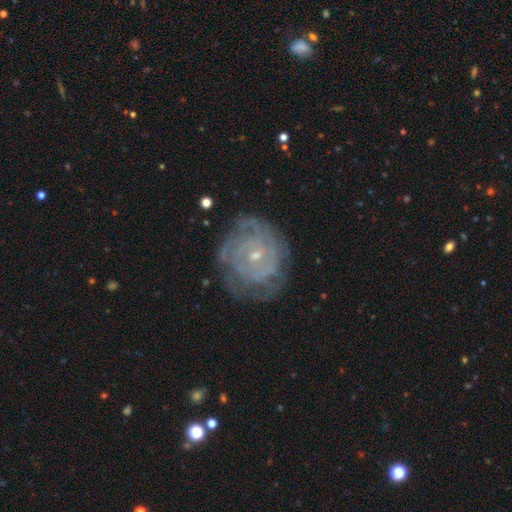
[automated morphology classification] Smooth or featured?
  - featured or disk: 80% *
  - smooth: 12%
  - star or artifact: 8%
Edge-on disk?
  - no: 97% *
  - yes: 3%
Bar?
  - no: 68% *
  - weak: 26%
  - strong: 6%
Spiral arms?
  - yes: 87% *
  - no: 13%
Spiral winding?
  - tight: 77% *
  - medium: 18%
  - loose: 5%
Spiral arm count?
  - can't tell: 50% *
  - 2: 15%
  - 3: 12%
  - 4: 11%
  - more than 4: 7%
  - 1: 6%
Bulge size?
  - small: 75% *
  - moderate: 21%
  - none: 2%
  - large: 1%
  - dominant: 1%
Merging?
  - none: 70% *
  - minor disturbance: 20%
  - major disturbance: 9%
  - merger: 1%